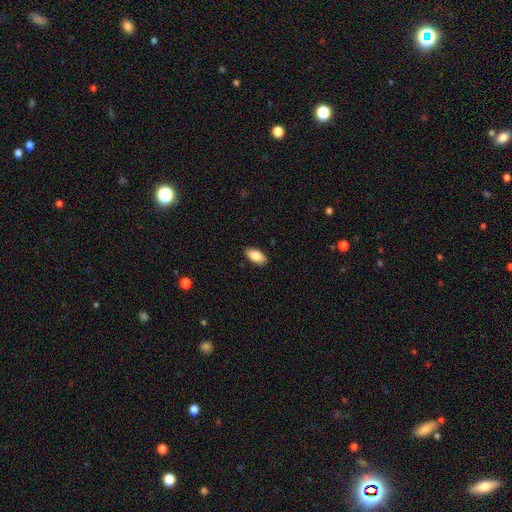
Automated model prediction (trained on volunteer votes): The model was most divided on "smooth or featured": smooth: 85%, featured or disk: 8%, star or artifact: 7%. More confident: how rounded — in between (91%); merging — none (88%).